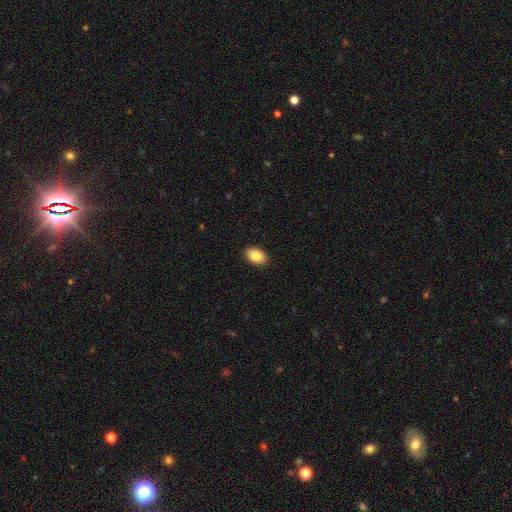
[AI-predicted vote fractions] Smooth or featured: smooth — 86% (star or artifact — 7%)
How rounded: in between — 90% (round — 9%)
Merging: none — 90% (minor disturbance — 7%)